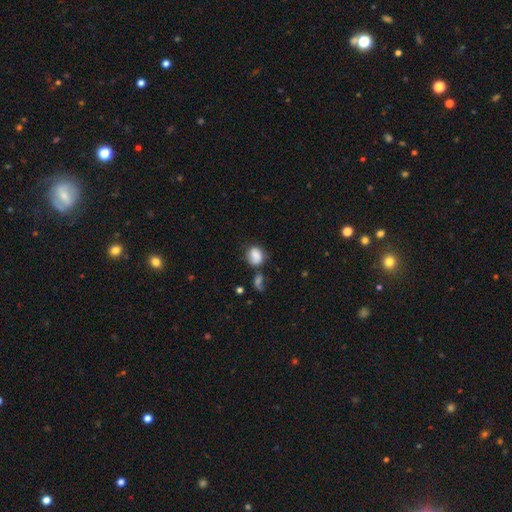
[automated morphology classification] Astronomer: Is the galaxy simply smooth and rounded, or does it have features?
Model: smooth — 80%.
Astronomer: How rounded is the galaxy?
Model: in between — 52% (runner-up: round, 47%).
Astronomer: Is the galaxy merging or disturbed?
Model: none — 45% (runner-up: merger, 22%).